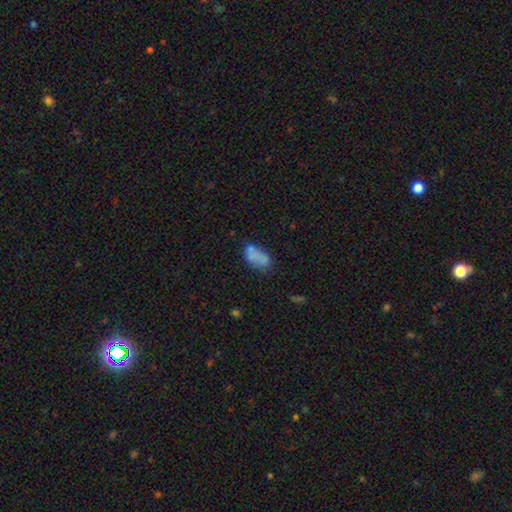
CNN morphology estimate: A smooth galaxy with no disk features (71%) that is in between round and cigar-shaped (90%).

Vote fractions:
- Smooth or featured? smooth: 71% / featured or disk: 18% / star or artifact: 11%
- How rounded? in between: 90% / round: 5% / cigar-shaped: 4%
- Merging? none: 47% / minor disturbance: 24% / merger: 16% / major disturbance: 12%